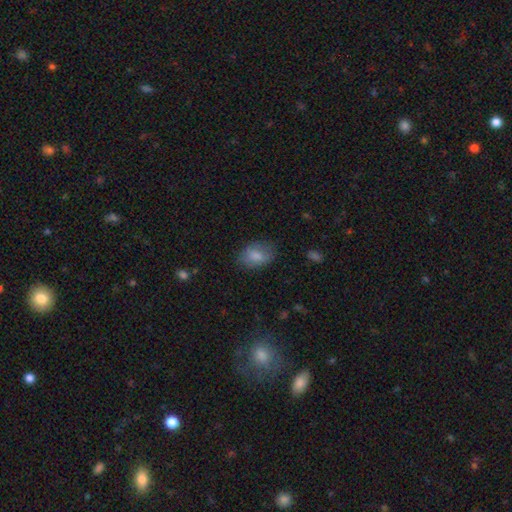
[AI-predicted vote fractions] Smooth or featured? Predicted: smooth (p=0.81). How rounded? Predicted: in between (p=0.80). Merging? Predicted: none (p=0.73).